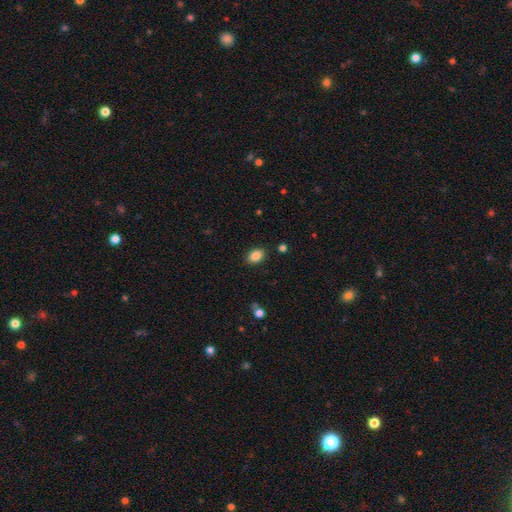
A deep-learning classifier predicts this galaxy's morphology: A smooth galaxy with no disk features (86%) that is in between round and cigar-shaped (82%). Merging: none (87%).